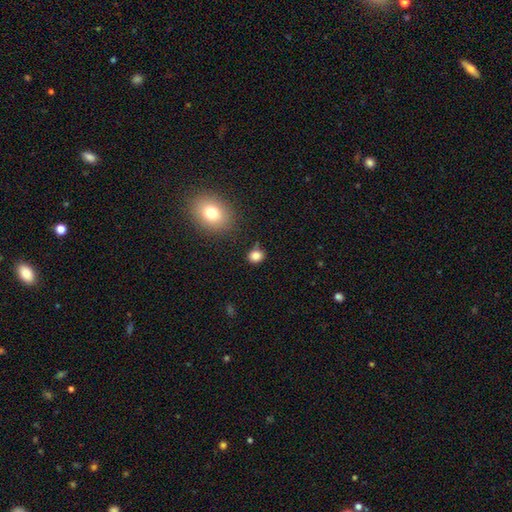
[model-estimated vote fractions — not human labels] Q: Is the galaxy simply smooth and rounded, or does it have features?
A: smooth — 82%.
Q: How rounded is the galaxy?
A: round — 67%.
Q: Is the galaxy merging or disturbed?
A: none — 77%.